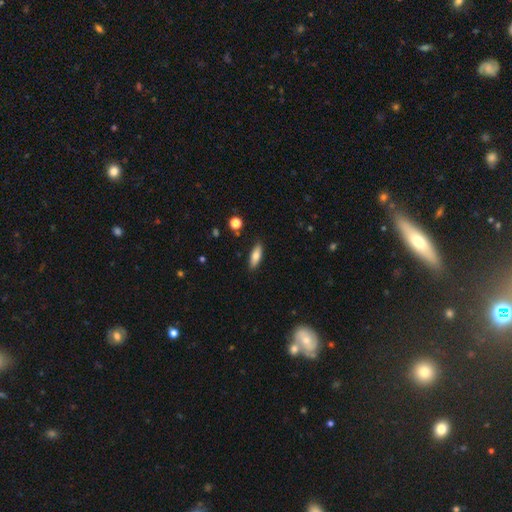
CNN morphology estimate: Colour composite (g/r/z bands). It shows a smooth galaxy with no disk features (76%) that is in between round and cigar-shaped (61%). Merging: none (86%).